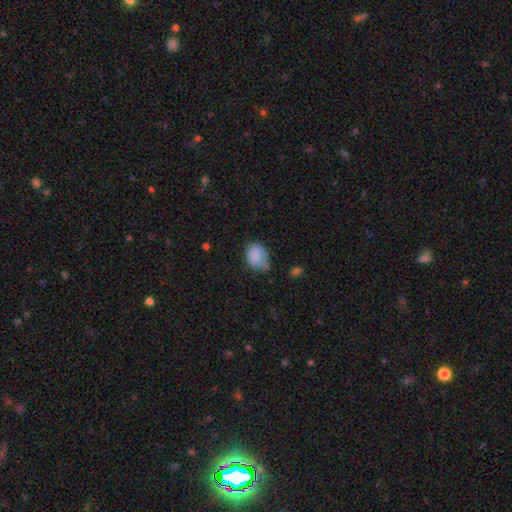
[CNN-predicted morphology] Smooth or featured?
  - smooth: 82% *
  - star or artifact: 10%
  - featured or disk: 8%
How rounded?
  - in between: 67% *
  - round: 32%
  - cigar-shaped: 1%
Merging?
  - none: 45% *
  - minor disturbance: 37%
  - major disturbance: 13%
  - merger: 6%